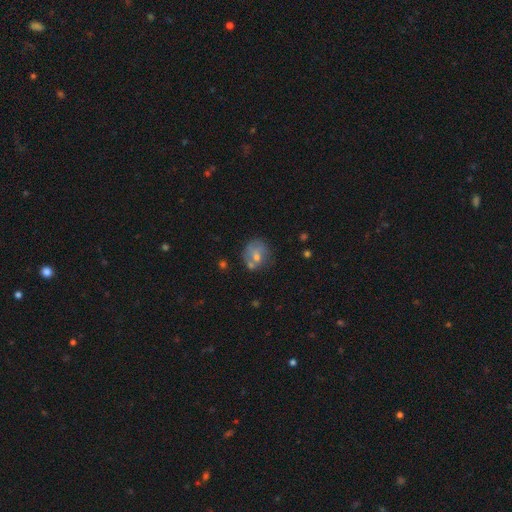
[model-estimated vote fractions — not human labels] Smooth or featured? Predicted: smooth (p=0.60). How rounded? Predicted: round (p=0.74). Merging? Predicted: none (p=0.53).